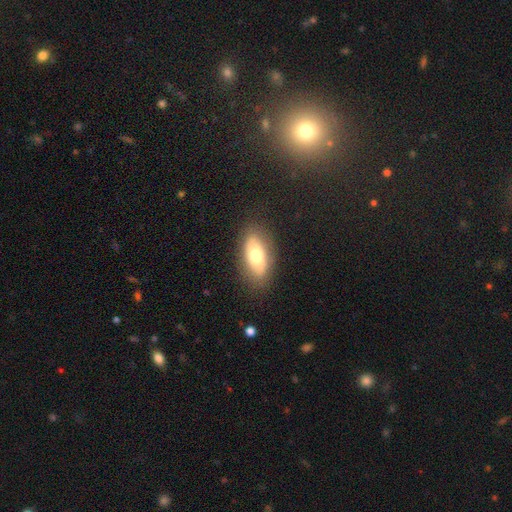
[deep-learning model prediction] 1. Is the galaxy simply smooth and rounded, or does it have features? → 68% smooth, 26% featured or disk, 7% star or artifact.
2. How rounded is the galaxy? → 87% in between, 9% cigar-shaped, 4% round.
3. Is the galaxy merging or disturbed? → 84% none, 11% minor disturbance, 4% major disturbance, 1% merger.